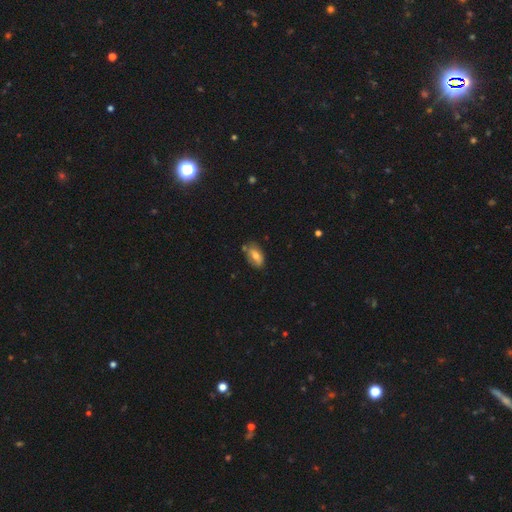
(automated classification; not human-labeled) The model was most divided on "smooth or featured": smooth: 60%, featured or disk: 32%, star or artifact: 8%. More confident: how rounded — in between (90%); merging — none (68%).